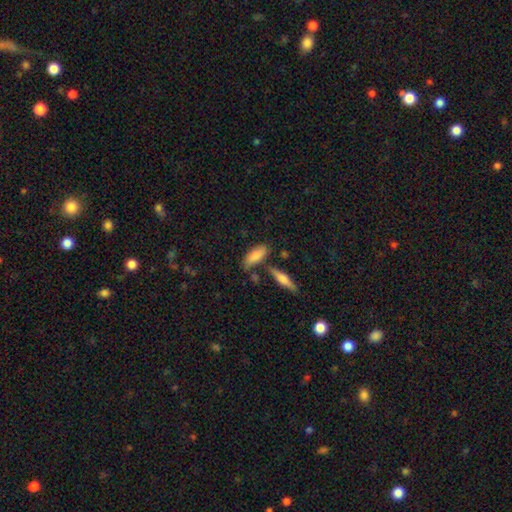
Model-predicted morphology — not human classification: smooth_or_featured: smooth (p=0.80) [alt: featured or disk p=0.14]
how_rounded: in between (p=0.72) [alt: cigar-shaped p=0.25]
merging: none (p=0.65) [alt: minor disturbance p=0.17]